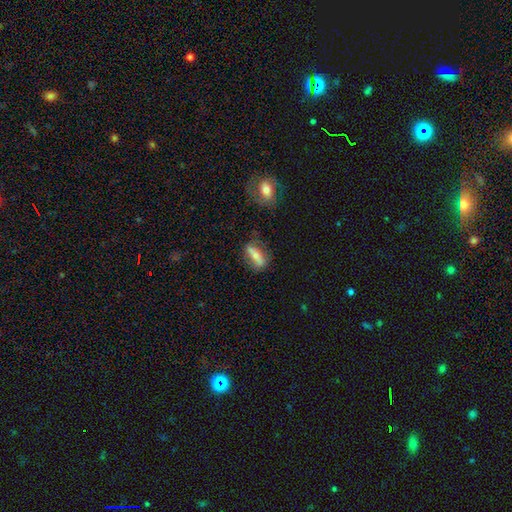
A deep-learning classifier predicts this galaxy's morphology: smooth 59%, featured or disk 33%, star or artifact 8%. Down the decision tree: how rounded — in between (53%); merging — none (66%).